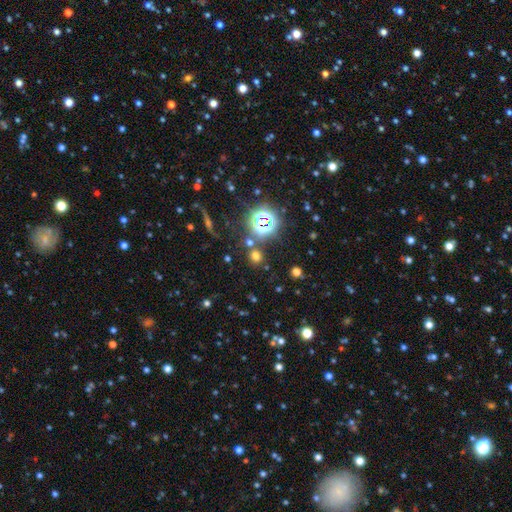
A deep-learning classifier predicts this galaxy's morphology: smooth 57%, star or artifact 36%, featured or disk 8%. Down the decision tree: how rounded — round (84%); merging — none (81%).